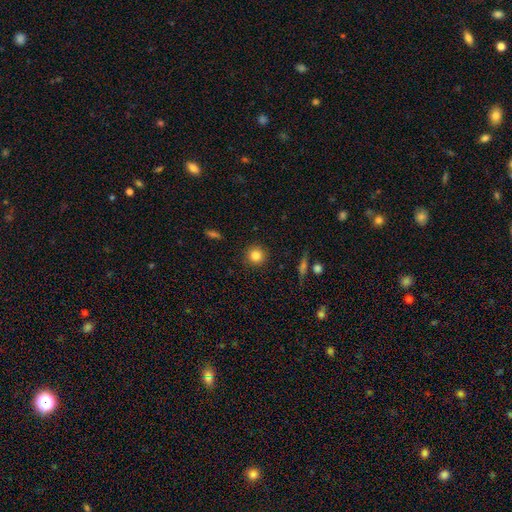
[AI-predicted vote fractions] Morphology: type=smooth (82%); roundness=round (94%); merging=none (91%).